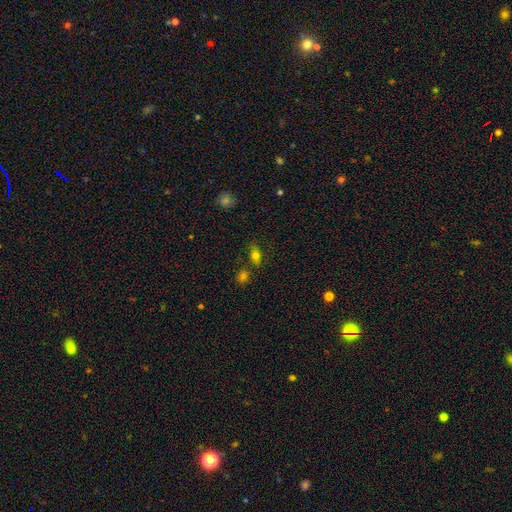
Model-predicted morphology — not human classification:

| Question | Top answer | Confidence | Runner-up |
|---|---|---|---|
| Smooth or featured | smooth | 74% | star or artifact (13%) |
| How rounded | in between | 77% | round (19%) |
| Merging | none | 74% | minor disturbance (14%) |